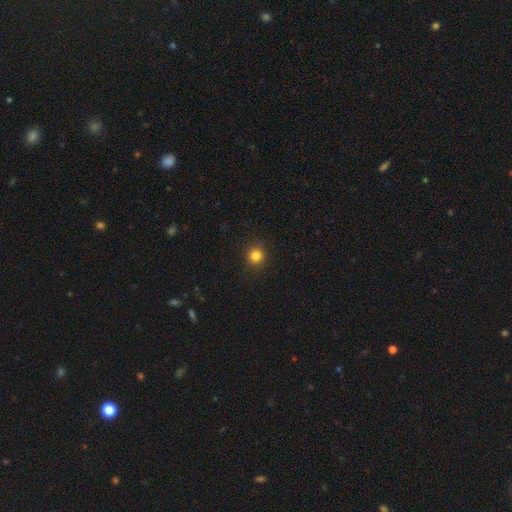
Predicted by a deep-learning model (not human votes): smooth_or_featured: smooth (p=0.84) [alt: star or artifact p=0.12]
how_rounded: round (p=0.91) [alt: in between p=0.08]
merging: none (p=0.91) [alt: minor disturbance p=0.06]